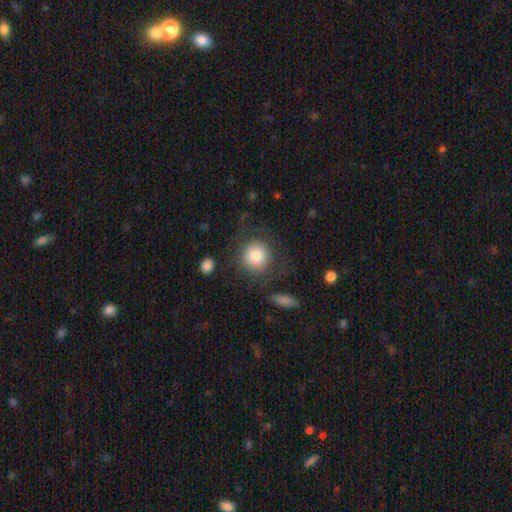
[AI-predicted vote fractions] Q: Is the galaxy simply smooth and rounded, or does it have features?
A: smooth — 79%.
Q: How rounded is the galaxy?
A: round — 91%.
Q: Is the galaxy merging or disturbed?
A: none — 68%.